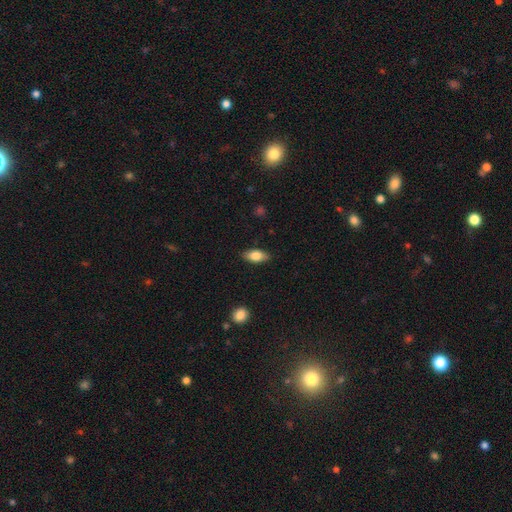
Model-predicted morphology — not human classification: Overall: smooth (78%). How rounded: in between (86%). Merging: none (86%).